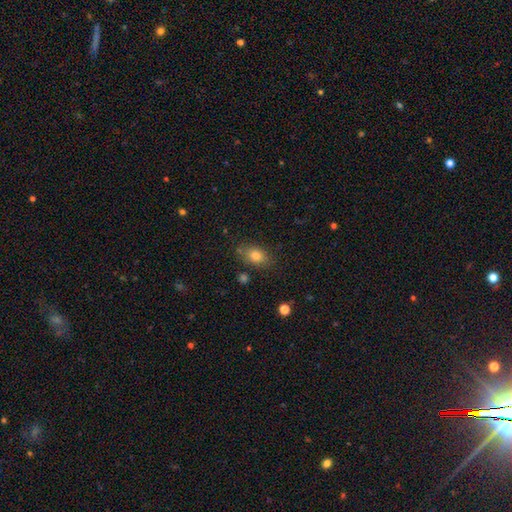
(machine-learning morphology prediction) The model was most divided on "how rounded": in between: 75%, round: 23%, cigar-shaped: 2%. More confident: smooth or featured — smooth (79%); merging — none (77%).